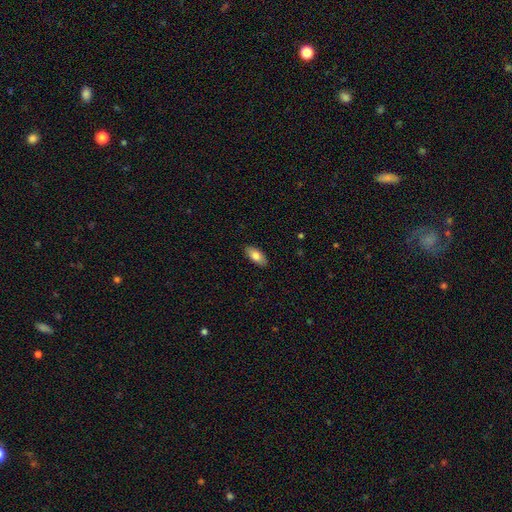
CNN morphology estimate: This is clearly a smooth galaxy (81%). How rounded: clearly in between (90%). Merging: clearly none (88%).